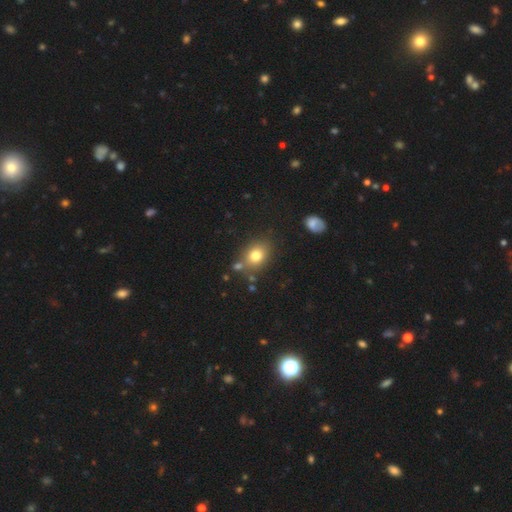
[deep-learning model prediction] Smooth or featured? Predicted: smooth (p=0.78). How rounded? Predicted: in between (p=0.52). Merging? Predicted: none (p=0.72).